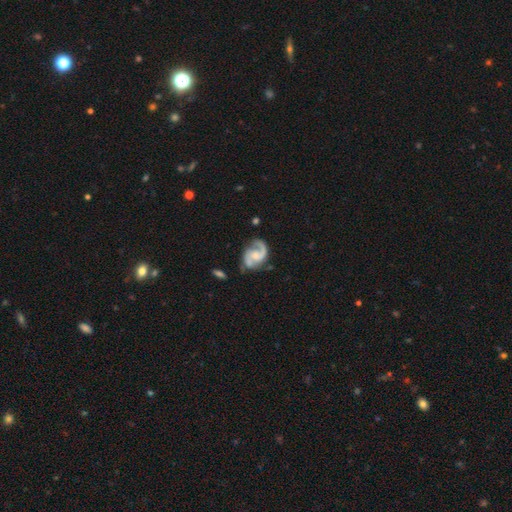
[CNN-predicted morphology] Overall: featured or disk (88%). Edge-on disk: no (98%). Bar: no (53%; weak 39%). Spiral arms: yes (97%). Spiral arm count: 2 (84%). Spiral winding: medium (53%; loose 29%). Bulge size: small (35%; moderate 32%). Merging: none (63%).